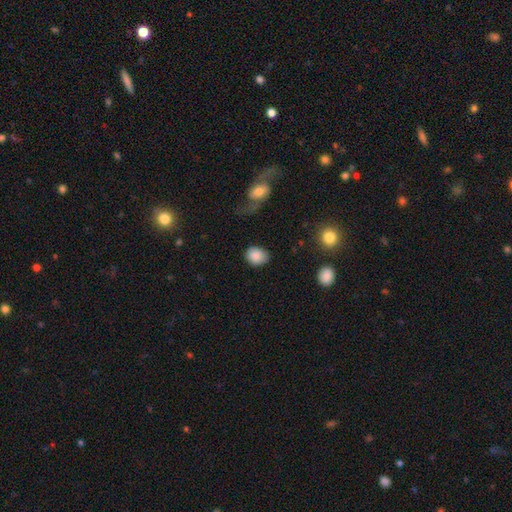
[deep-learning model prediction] smooth_or_featured: smooth (p=0.87) [alt: star or artifact p=0.07]
how_rounded: in between (p=0.51) [alt: round p=0.48]
merging: none (p=0.77) [alt: minor disturbance p=0.15]